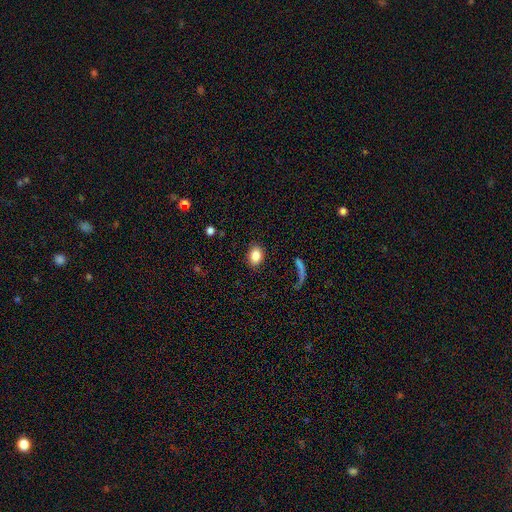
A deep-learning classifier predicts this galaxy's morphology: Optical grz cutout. It shows a smooth galaxy with no disk features (85%) that is in between round and cigar-shaped (78%). Merging: none (87%).